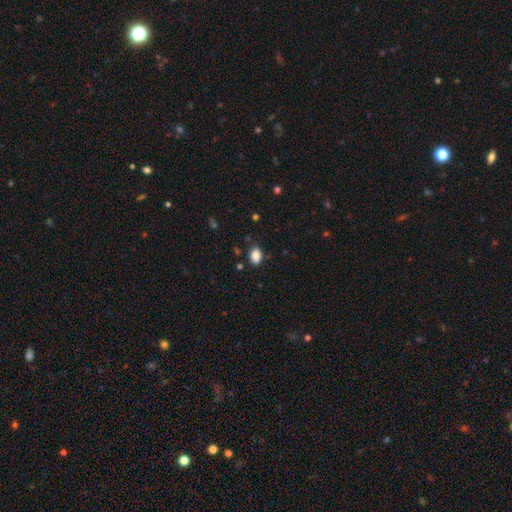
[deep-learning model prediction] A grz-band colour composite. It shows a smooth galaxy with no disk features (87%) that is in between round and cigar-shaped (80%). Merging: none (84%).